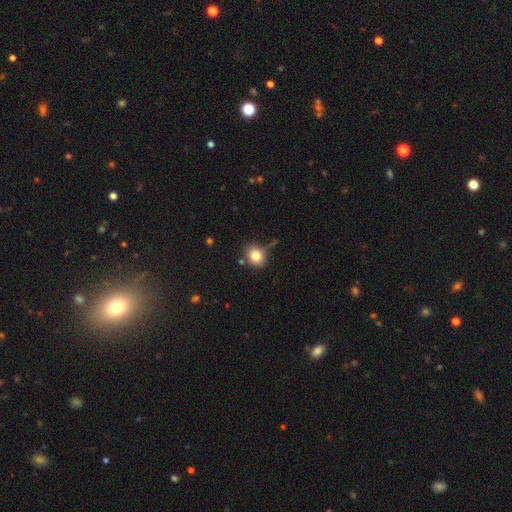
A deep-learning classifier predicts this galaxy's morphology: A smooth galaxy with no disk features (81%) that is round (67%).

Vote fractions:
- Smooth or featured? smooth: 81% / star or artifact: 11% / featured or disk: 8%
- How rounded? round: 67% / in between: 32% / cigar-shaped: 1%
- Merging? none: 74% / minor disturbance: 16% / merger: 6% / major disturbance: 4%